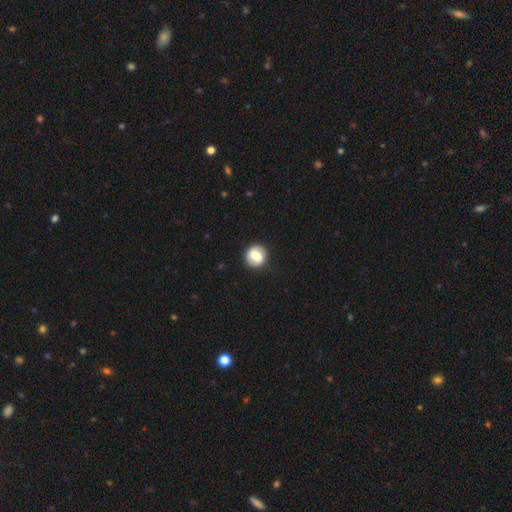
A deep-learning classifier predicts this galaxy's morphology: type=smooth (60%); roundness=round (84%); merging=none (86%).